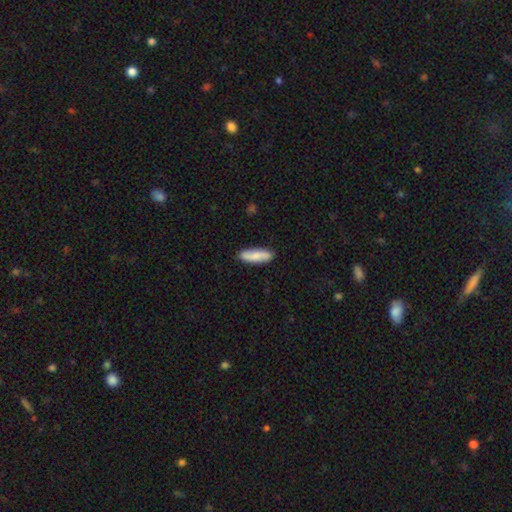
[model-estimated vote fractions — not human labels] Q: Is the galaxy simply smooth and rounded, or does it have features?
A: smooth — 77%.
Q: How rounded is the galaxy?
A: cigar-shaped — 51%.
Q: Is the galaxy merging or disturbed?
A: none — 87%.